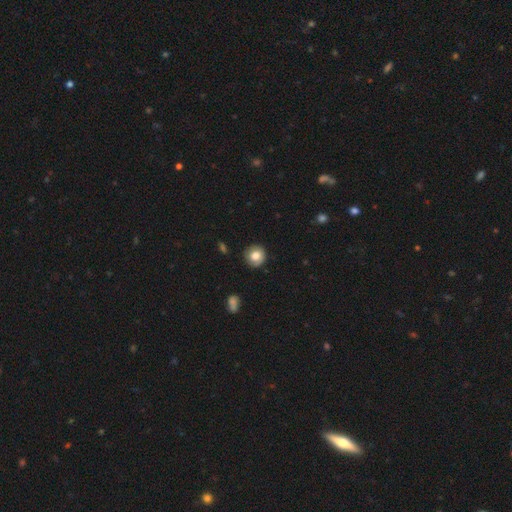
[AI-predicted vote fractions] smooth-or-featured: smooth: 76% | featured or disk: 15% | star or artifact: 8%
  how-rounded: round: 91% | in between: 8% | cigar-shaped: 1%
  merging: none: 86% | minor disturbance: 11% | major disturbance: 2% | merger: 1%